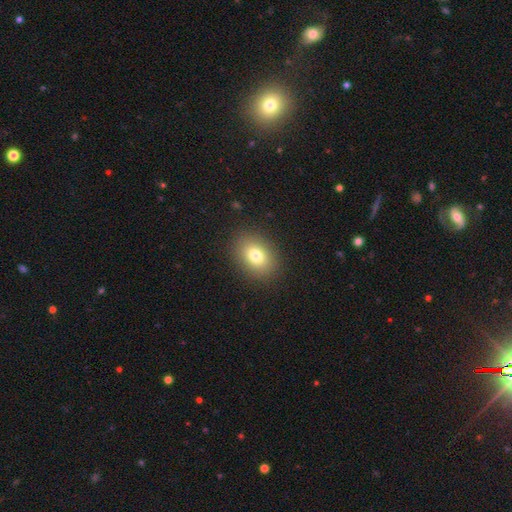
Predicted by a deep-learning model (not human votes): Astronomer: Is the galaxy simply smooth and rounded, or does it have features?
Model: smooth — 79%.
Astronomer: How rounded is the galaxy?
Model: in between — 68%.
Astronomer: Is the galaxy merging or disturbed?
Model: none — 88%.